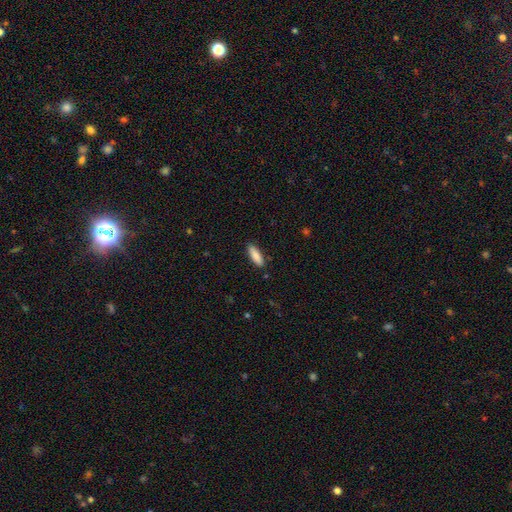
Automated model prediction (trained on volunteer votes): smooth_or_featured: smooth (p=0.88) [alt: star or artifact p=0.06]
how_rounded: in between (p=0.52) [alt: cigar-shaped p=0.47]
merging: none (p=0.88) [alt: minor disturbance p=0.09]